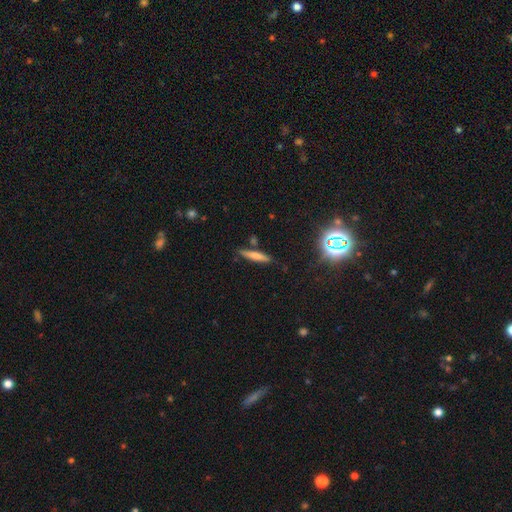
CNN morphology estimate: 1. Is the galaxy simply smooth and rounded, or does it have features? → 64% smooth, 26% featured or disk, 10% star or artifact.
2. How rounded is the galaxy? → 89% cigar-shaped, 9% in between, 2% round.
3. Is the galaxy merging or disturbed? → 82% none, 11% minor disturbance, 5% merger, 2% major disturbance.